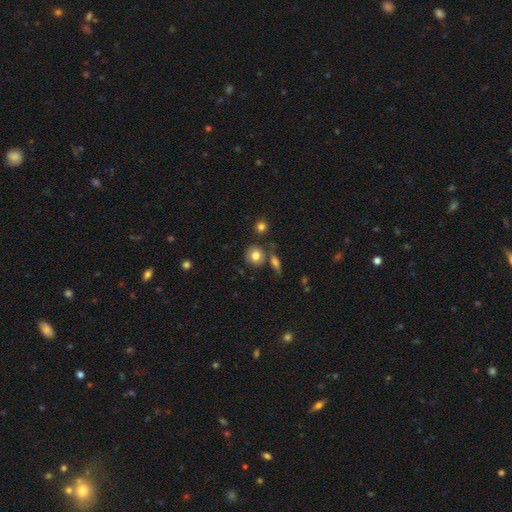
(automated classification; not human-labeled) Morphology: type=smooth (80%); roundness=round (81%); merging=none (71%).